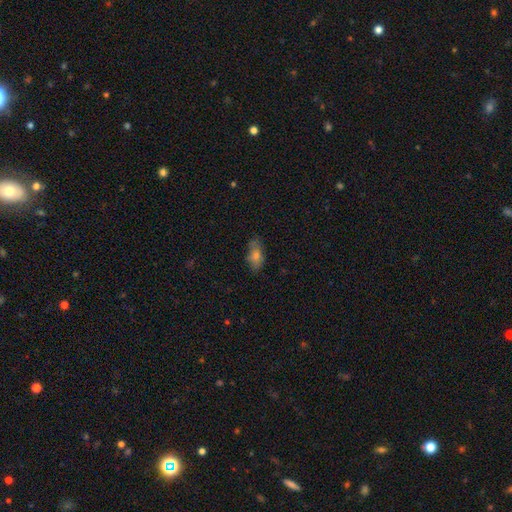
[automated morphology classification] smooth_or_featured: smooth (p=0.65) [alt: featured or disk p=0.22]
how_rounded: in between (p=0.78) [alt: cigar-shaped p=0.16]
merging: none (p=0.71) [alt: minor disturbance p=0.21]